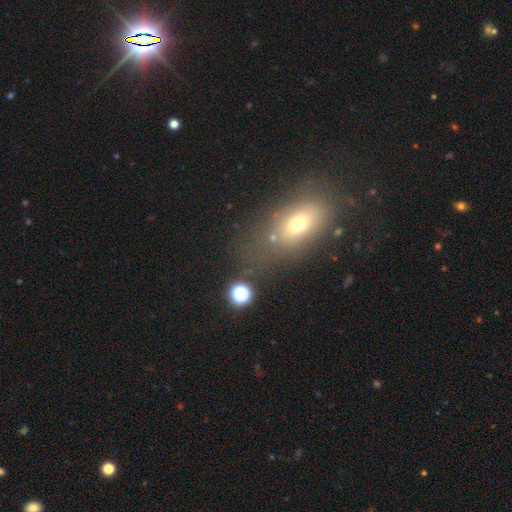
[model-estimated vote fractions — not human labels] A smooth galaxy with no disk features (53%) that is in between round and cigar-shaped (76%).

Vote fractions:
- Smooth or featured? smooth: 53% / star or artifact: 24% / featured or disk: 23%
- How rounded? in between: 76% / round: 16% / cigar-shaped: 8%
- Merging? none: 59% / minor disturbance: 19% / major disturbance: 12% / merger: 10%